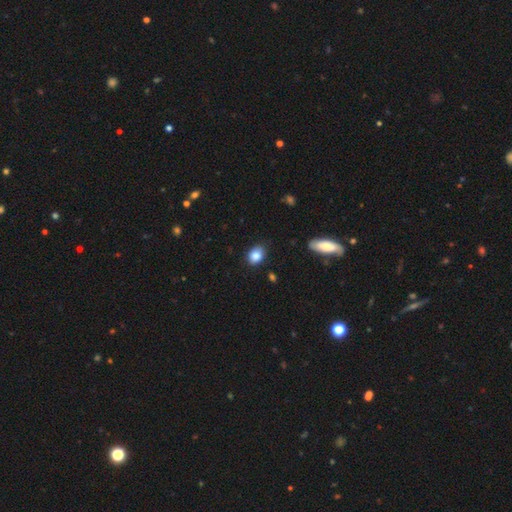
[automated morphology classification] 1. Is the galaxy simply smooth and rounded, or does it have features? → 85% smooth, 9% star or artifact, 6% featured or disk.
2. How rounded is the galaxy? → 65% in between, 34% round, 1% cigar-shaped.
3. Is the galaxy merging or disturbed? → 81% none, 15% minor disturbance, 3% major disturbance, 2% merger.